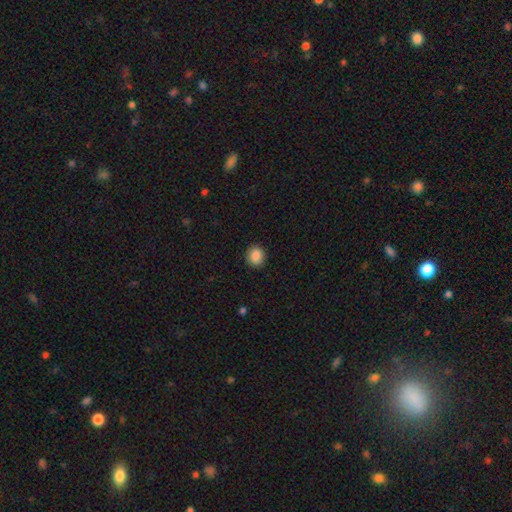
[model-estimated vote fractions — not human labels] A smooth galaxy with no disk features (87%) that is round (77%). Merging: none (91%).